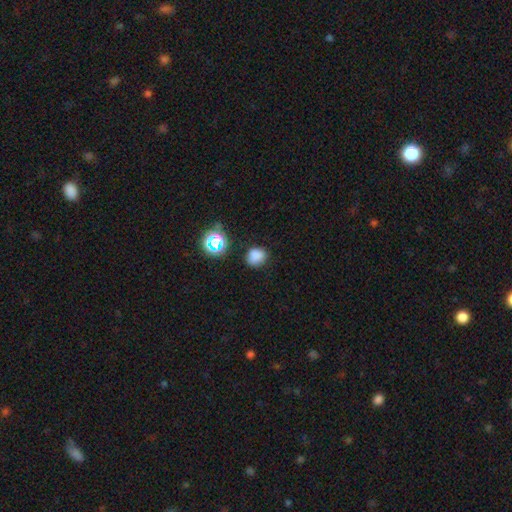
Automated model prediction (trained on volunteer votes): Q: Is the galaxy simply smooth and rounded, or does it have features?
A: smooth — 76%.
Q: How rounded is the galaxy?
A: round — 62%.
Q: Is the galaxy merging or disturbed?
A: none — 75%.